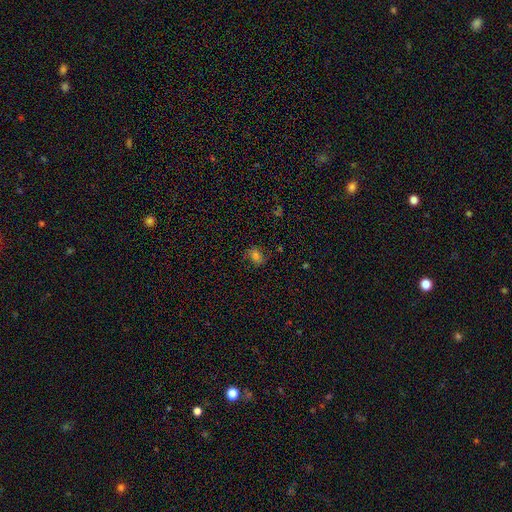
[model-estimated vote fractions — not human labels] Q: Smooth or featured?
A: smooth (72%); runner-up: star or artifact (17%)
Q: How rounded?
A: in between (50%); runner-up: round (49%)
Q: Merging?
A: none (77%); runner-up: minor disturbance (16%)